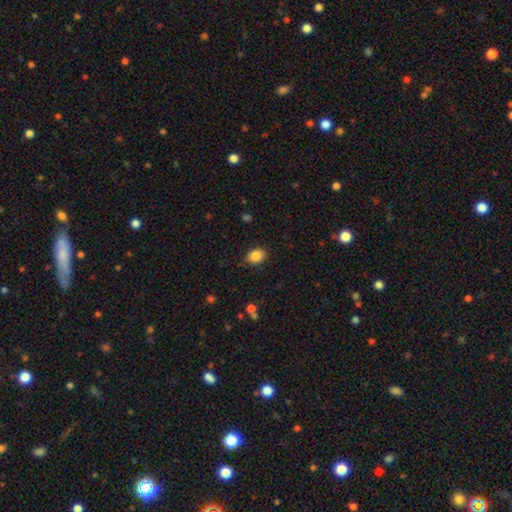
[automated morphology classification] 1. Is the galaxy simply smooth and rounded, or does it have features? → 86% smooth, 9% star or artifact, 5% featured or disk.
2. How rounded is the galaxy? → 67% in between, 32% round, 1% cigar-shaped.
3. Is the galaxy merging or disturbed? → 81% none, 15% minor disturbance, 3% major disturbance, 1% merger.